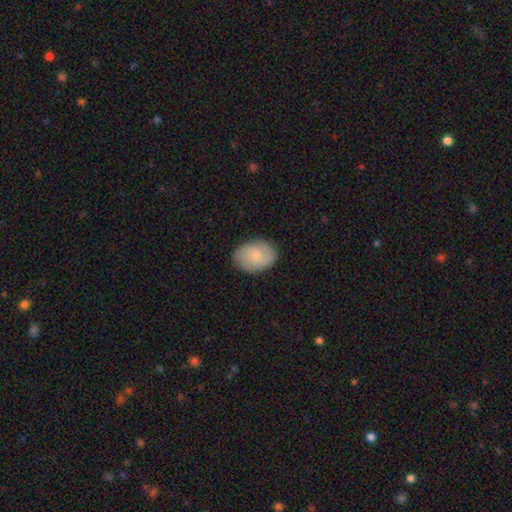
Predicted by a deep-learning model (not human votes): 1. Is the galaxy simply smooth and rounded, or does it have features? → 72% smooth, 22% featured or disk, 6% star or artifact.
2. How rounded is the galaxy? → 74% in between, 25% round, 1% cigar-shaped.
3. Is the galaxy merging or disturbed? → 83% none, 13% minor disturbance, 3% major disturbance, 1% merger.